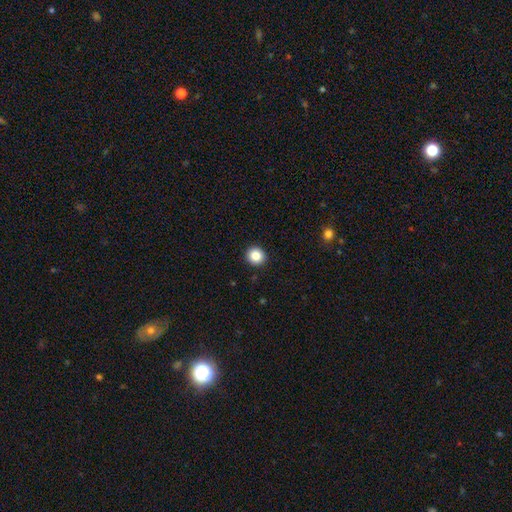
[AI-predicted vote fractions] A smooth galaxy with no disk features (85%) that is round (90%).

Vote fractions:
- Smooth or featured? smooth: 85% / star or artifact: 10% / featured or disk: 5%
- How rounded? round: 90% / in between: 9% / cigar-shaped: 1%
- Merging? none: 93% / minor disturbance: 5% / major disturbance: 2% / merger: 1%